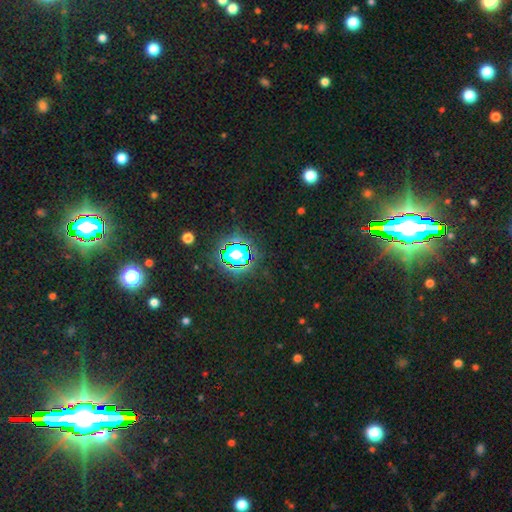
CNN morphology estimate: Overall: star or artifact (85%).